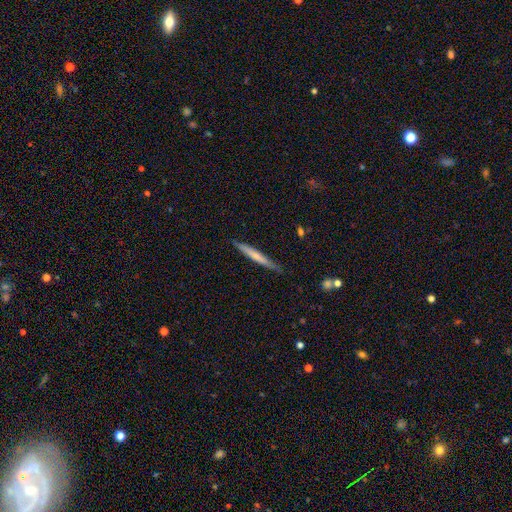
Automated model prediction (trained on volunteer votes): Smooth or featured? smooth (56%)
How rounded? cigar-shaped (96%)
Merging? none (86%)